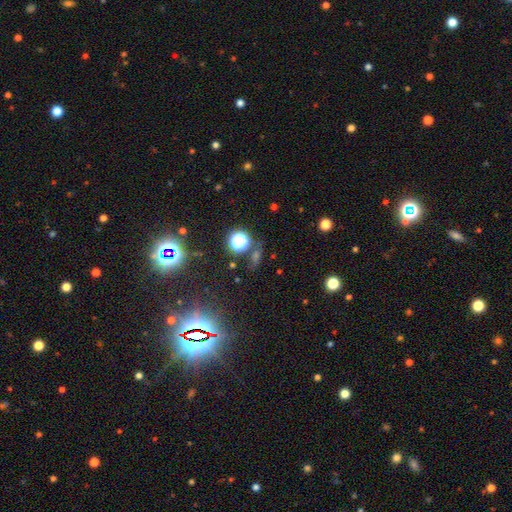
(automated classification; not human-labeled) Smooth or featured: star or artifact — 65% (smooth — 24%)